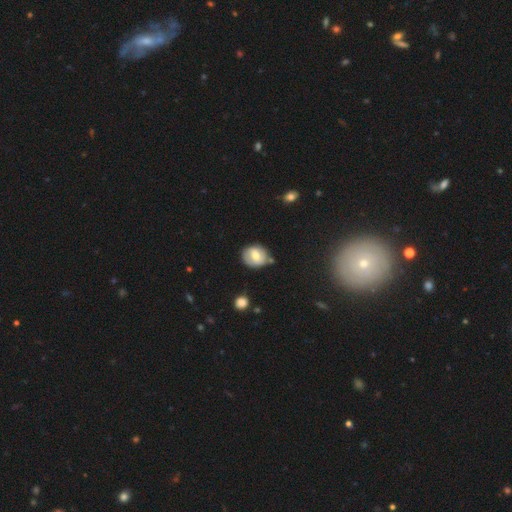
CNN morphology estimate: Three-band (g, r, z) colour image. It shows a smooth galaxy with no disk features (58%) that is round (64%). Merging: none (65%).